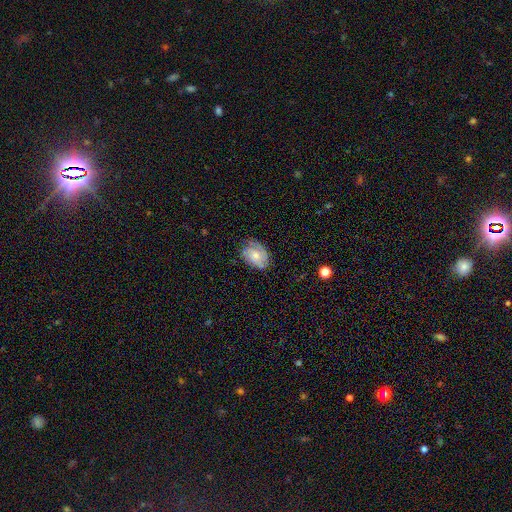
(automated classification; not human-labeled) A featured or disk galaxy (54%) with no bar (78%), spiral arms (84%) and a moderate central bulge (50%).

Vote fractions:
- Smooth or featured? featured or disk: 54% / smooth: 38% / star or artifact: 8%
- Edge-on disk? no: 96% / yes: 4%
- Bar? no: 78% / weak: 19% / strong: 3%
- Spiral arms? yes: 84% / no: 16%
- Bulge size? moderate: 50% / small: 43% / large: 3% / none: 3% / dominant: 1%
- Merging? none: 69% / minor disturbance: 23% / major disturbance: 7% / merger: 1%